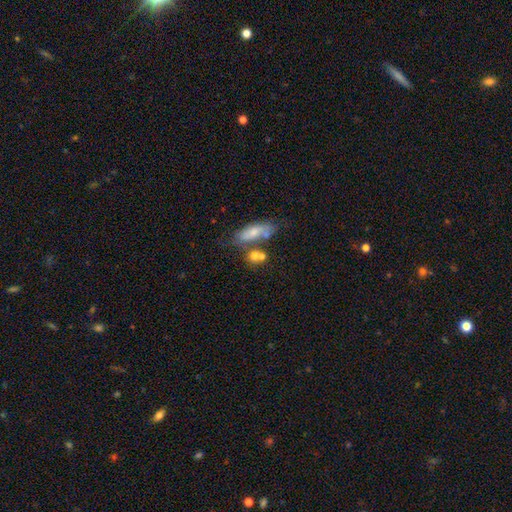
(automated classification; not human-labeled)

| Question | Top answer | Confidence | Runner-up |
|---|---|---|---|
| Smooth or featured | smooth | 70% | featured or disk (19%) |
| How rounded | round | 48% | in between (40%) |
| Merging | none | 45% | merger (32%) |